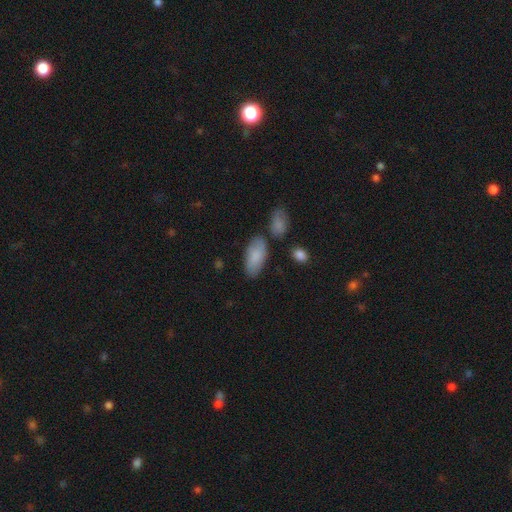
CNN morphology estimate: Smooth or featured? smooth (84%)
How rounded? in between (91%)
Merging? none (74%)